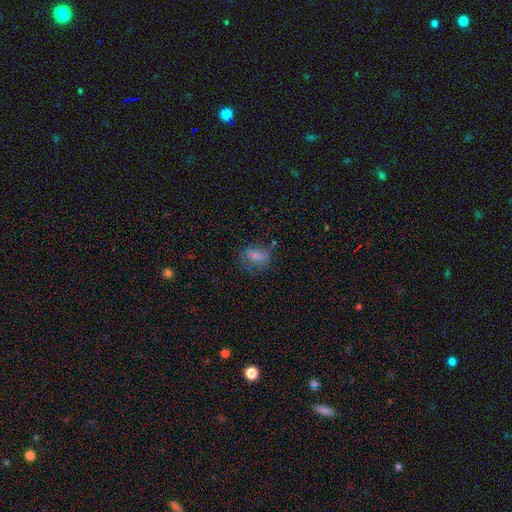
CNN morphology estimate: Q: Smooth or featured?
A: smooth (66%); runner-up: featured or disk (19%)
Q: How rounded?
A: in between (59%); runner-up: round (39%)
Q: Merging?
A: none (51%); runner-up: minor disturbance (26%)